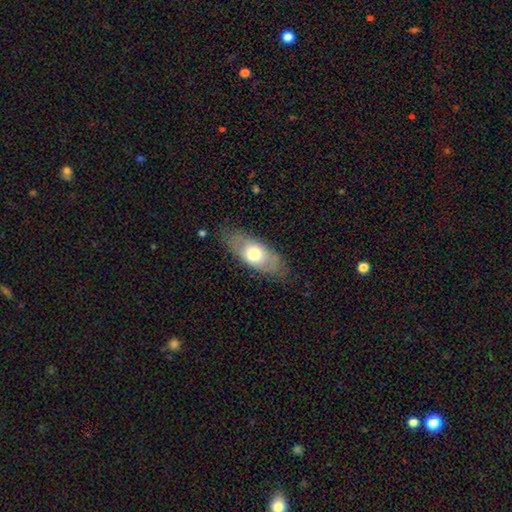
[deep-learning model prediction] Overall: smooth (58%; featured or disk 36%). How rounded: in between (81%). Merging: none (79%).